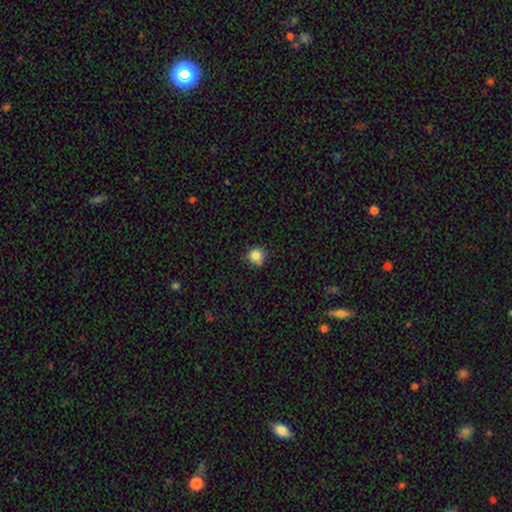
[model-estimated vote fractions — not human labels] smooth_or_featured: smooth (p=0.84) [alt: star or artifact p=0.11]
how_rounded: round (p=0.89) [alt: in between p=0.10]
merging: none (p=0.71) [alt: minor disturbance p=0.19]